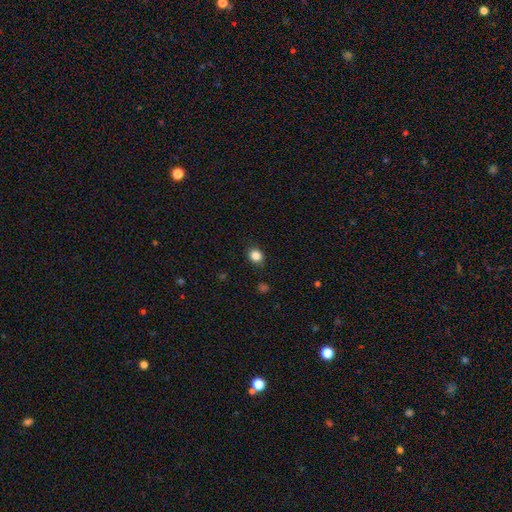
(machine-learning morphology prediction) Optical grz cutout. It shows a smooth galaxy with no disk features (85%) that is round (70%). Merging: none (87%).